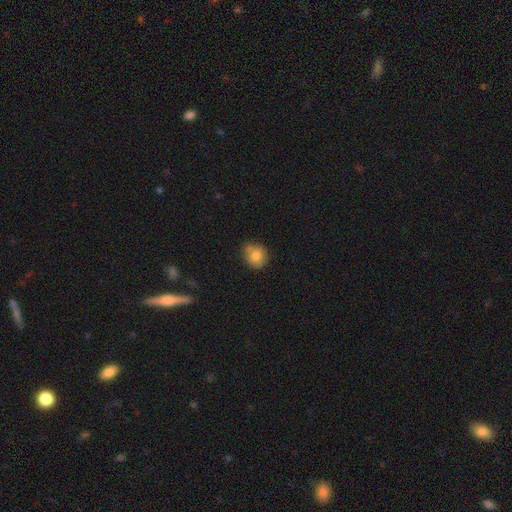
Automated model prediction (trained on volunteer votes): Morphology: type=smooth (78%); roundness=round (78%); merging=none (64%).